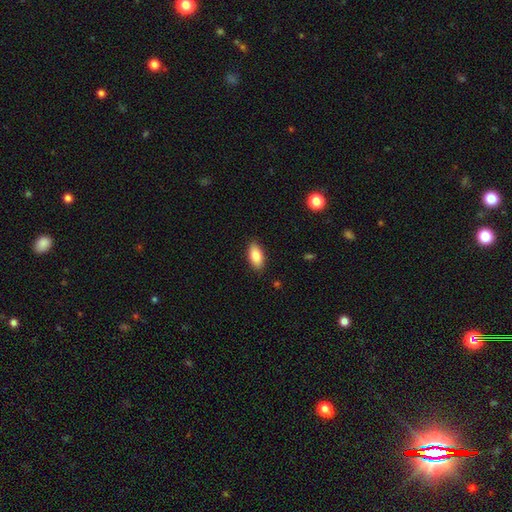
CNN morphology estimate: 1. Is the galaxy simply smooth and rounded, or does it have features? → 84% smooth, 9% featured or disk, 7% star or artifact.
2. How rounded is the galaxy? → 90% in between, 7% cigar-shaped, 3% round.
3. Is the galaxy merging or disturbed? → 88% none, 9% minor disturbance, 2% major disturbance, 1% merger.